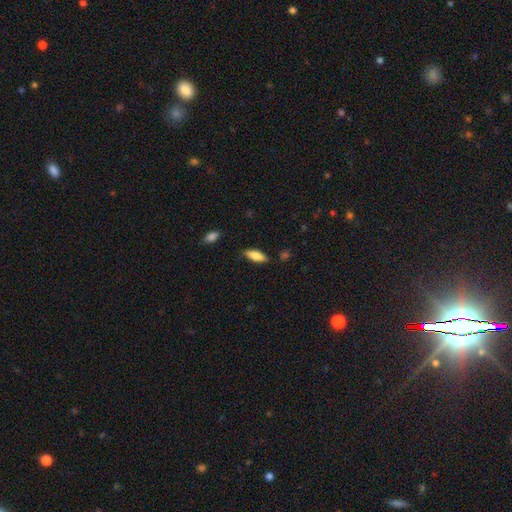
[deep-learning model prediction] smooth-or-featured: smooth: 82% | featured or disk: 12% | star or artifact: 6%
  how-rounded: in between: 65% | cigar-shaped: 33% | round: 2%
  merging: none: 81% | minor disturbance: 15% | major disturbance: 3% | merger: 2%